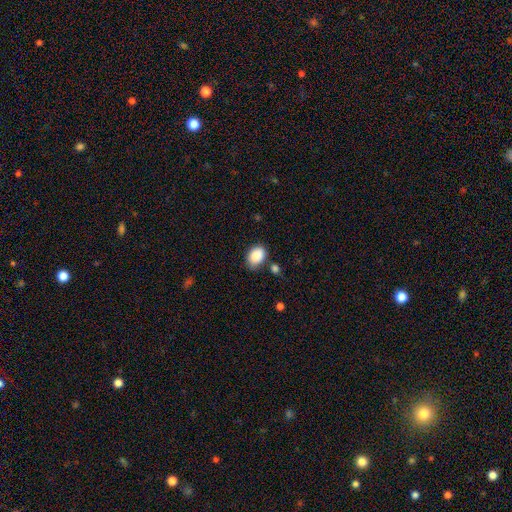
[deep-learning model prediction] Smooth or featured? Predicted: smooth (p=0.88). How rounded? Predicted: in between (p=0.77). Merging? Predicted: none (p=0.72).